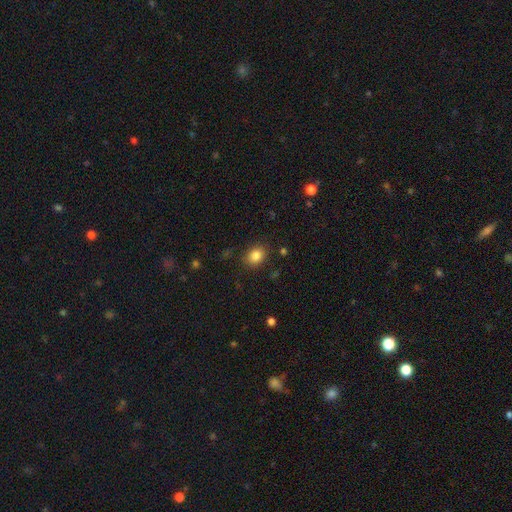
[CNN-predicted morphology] The model was most divided on "how rounded": in between: 58%, round: 41%, cigar-shaped: 1%. More confident: merging — none (85%); smooth or featured — smooth (85%).